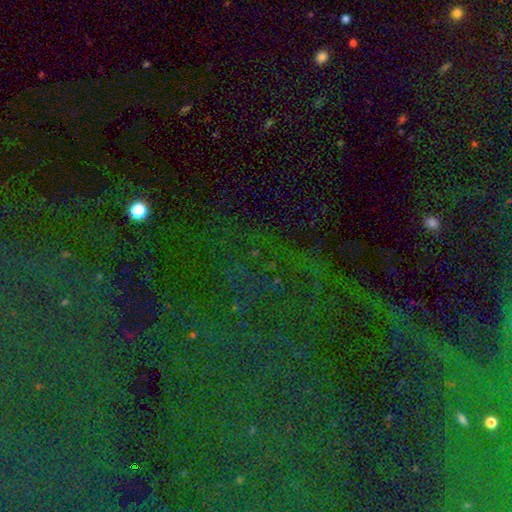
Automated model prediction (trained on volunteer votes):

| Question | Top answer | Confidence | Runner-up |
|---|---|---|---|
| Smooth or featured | star or artifact | 80% | smooth (11%) |